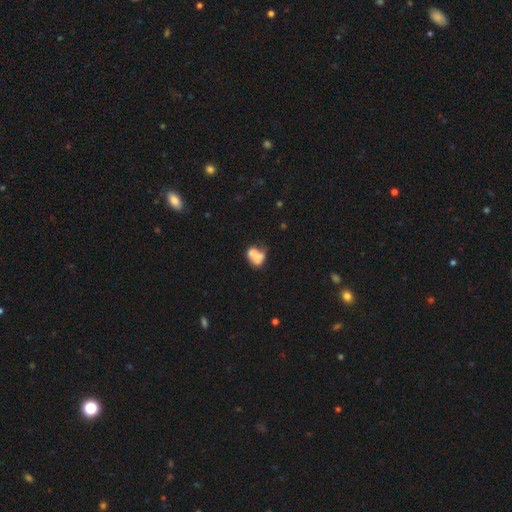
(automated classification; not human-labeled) Overall: smooth (60%; featured or disk 30%). How rounded: in between (76%). Merging: none (30%, tied with merger).